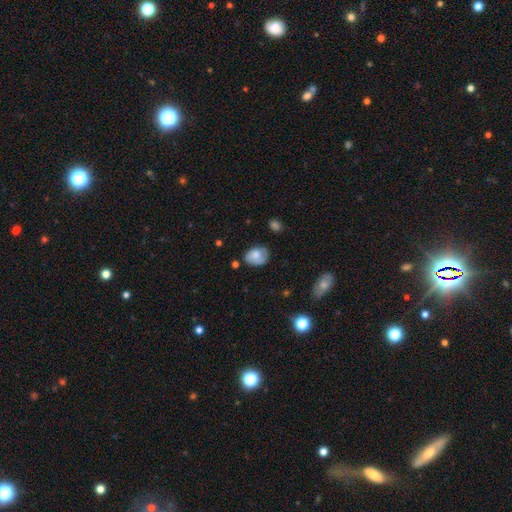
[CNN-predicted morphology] Smooth or featured: smooth — 71% (featured or disk — 21%)
How rounded: in between — 72% (round — 27%)
Merging: none — 57% (minor disturbance — 30%)